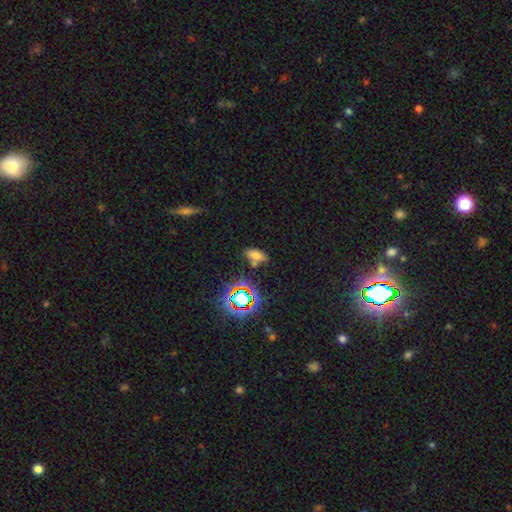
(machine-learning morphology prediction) A smooth galaxy with no disk features (62%) that is in between round and cigar-shaped (85%).

Vote fractions:
- Smooth or featured? smooth: 62% / star or artifact: 28% / featured or disk: 10%
- How rounded? in between: 85% / cigar-shaped: 9% / round: 6%
- Merging? none: 71% / minor disturbance: 16% / merger: 8% / major disturbance: 5%